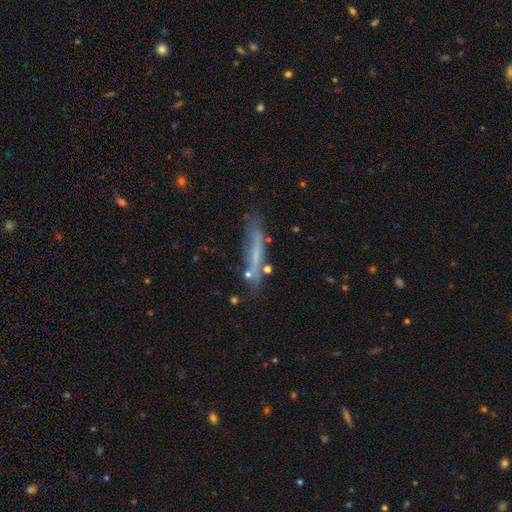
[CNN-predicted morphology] Overall: smooth (50%; featured or disk 40%). Merging: none (65%).